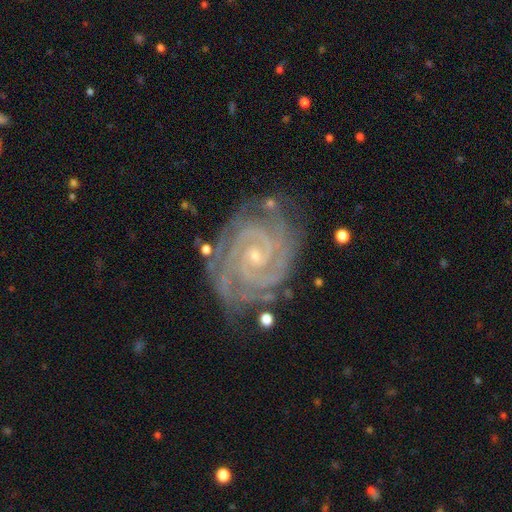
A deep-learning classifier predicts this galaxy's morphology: A featured or disk galaxy (93%) with no bar (61%), 2 (49%) tight (84%) spiral arms (99%) and a small central bulge (80%).

Vote fractions:
- Smooth or featured? featured or disk: 93% / star or artifact: 5% / smooth: 2%
- Edge-on disk? no: 98% / yes: 2%
- Bar? no: 61% / weak: 28% / strong: 11%
- Spiral arms? yes: 99% / no: 1%
- Spiral winding? tight: 84% / medium: 14% / loose: 2%
- Spiral arm count? 2: 49% / 3: 20% / 4: 11% / can't tell: 9% / more than 4: 6% / 1: 5%
- Bulge size? small: 80% / moderate: 16% / none: 2% / large: 1% / dominant: 1%
- Merging? none: 73% / minor disturbance: 19% / major disturbance: 6% / merger: 2%